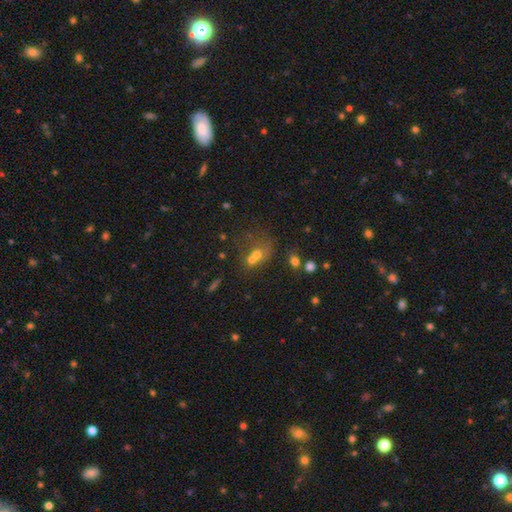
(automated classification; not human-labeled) Q: Smooth or featured?
A: smooth (53%); runner-up: featured or disk (24%)
Q: How rounded?
A: round (60%); runner-up: in between (38%)
Q: Merging?
A: merger (58%); runner-up: none (25%)